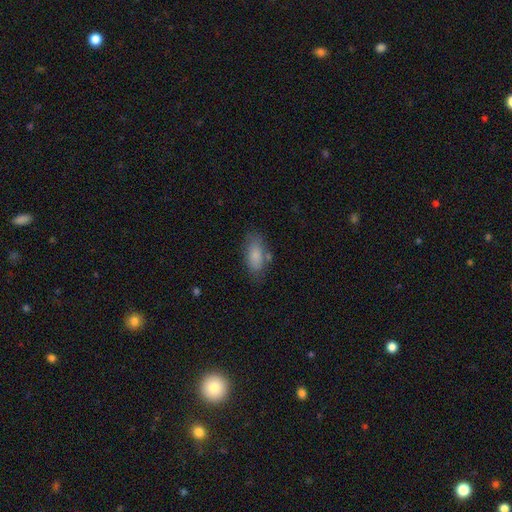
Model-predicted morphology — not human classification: smooth-or-featured: smooth: 83% | featured or disk: 10% | star or artifact: 7%
  how-rounded: in between: 89% | cigar-shaped: 8% | round: 3%
  merging: none: 66% | minor disturbance: 21% | merger: 7% | major disturbance: 6%